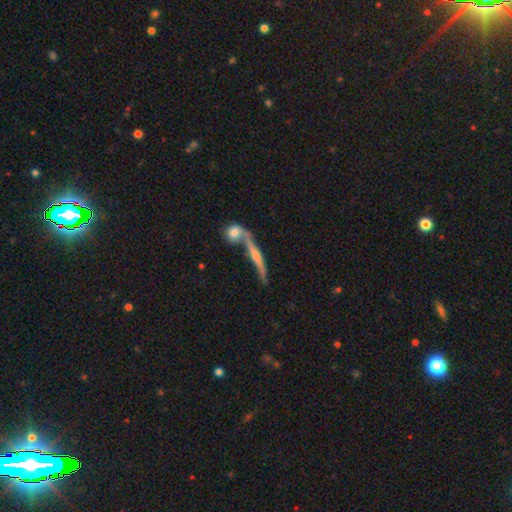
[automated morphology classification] A featured or disk galaxy (65%) viewed edge-on (91%) with a rounded central bulge (75%). Merging: none (52%).